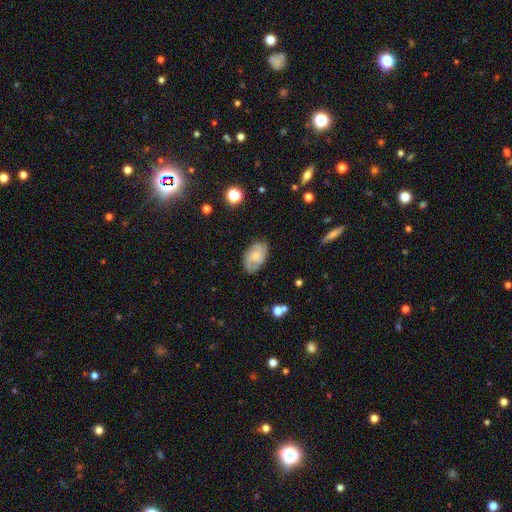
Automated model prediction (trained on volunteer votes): A featured or disk galaxy (65%) with no bar (64%), 2 (36%) medium (45%) spiral arms (92%) and a small central bulge (49%).

Vote fractions:
- Smooth or featured? featured or disk: 65% / smooth: 27% / star or artifact: 8%
- Edge-on disk? no: 97% / yes: 3%
- Bar? no: 64% / weak: 32% / strong: 4%
- Spiral arms? yes: 92% / no: 8%
- Spiral winding? medium: 45% / tight: 39% / loose: 16%
- Spiral arm count? 2: 36% / 3: 25% / can't tell: 24% / 4: 6% / 1: 4% / more than 4: 4%
- Bulge size? small: 49% / none: 24% / moderate: 23% / large: 3% / dominant: 1%
- Merging? none: 78% / minor disturbance: 16% / major disturbance: 5% / merger: 1%